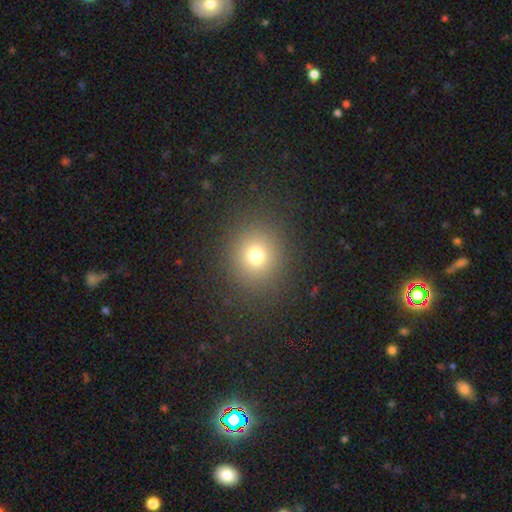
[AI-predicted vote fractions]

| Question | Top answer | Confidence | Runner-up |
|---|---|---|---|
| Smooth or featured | smooth | 73% | star or artifact (18%) |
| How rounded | round | 86% | in between (13%) |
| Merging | none | 88% | minor disturbance (7%) |